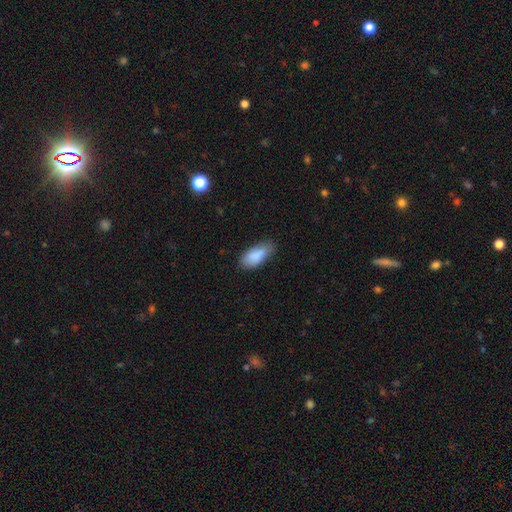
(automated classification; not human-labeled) Morphology: type=smooth (85%); roundness=in between (88%); merging=none (63%).